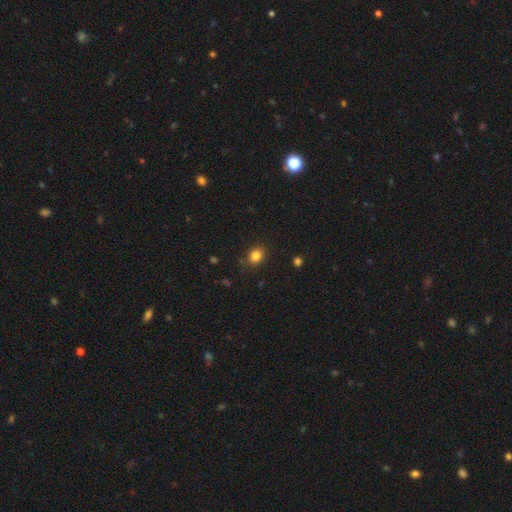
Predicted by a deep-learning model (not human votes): This appears to be a smooth galaxy with no disk features (83%) that is round (50%). Merging: none (84%).